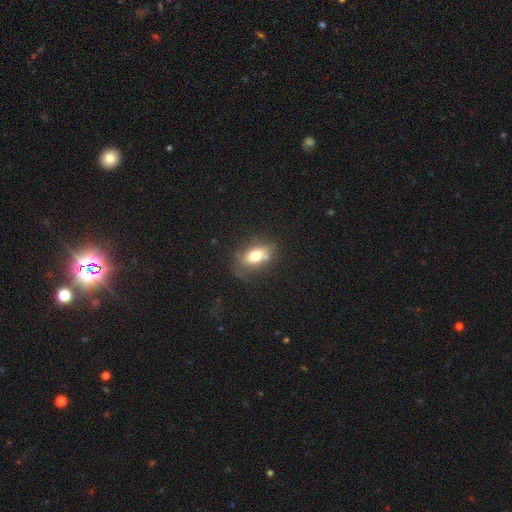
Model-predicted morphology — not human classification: smooth 69%, featured or disk 21%, star or artifact 10%. Down the decision tree: how rounded — in between (81%); merging — none (63%).